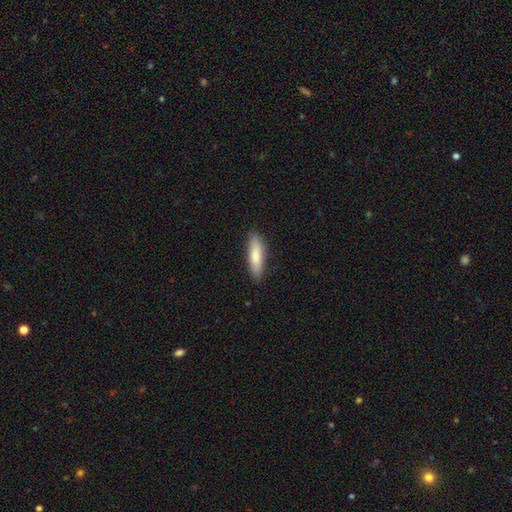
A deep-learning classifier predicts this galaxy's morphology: The model was most divided on "how rounded": cigar-shaped: 61%, in between: 37%, round: 2%. More confident: merging — none (85%); smooth or featured — smooth (82%).